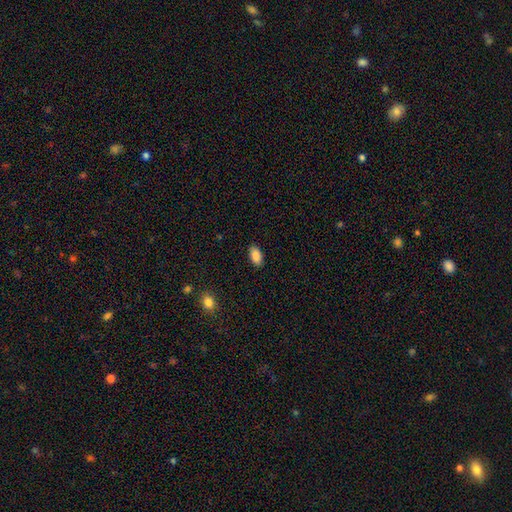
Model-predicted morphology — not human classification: Smooth or featured? smooth (86%)
How rounded? in between (93%)
Merging? none (89%)